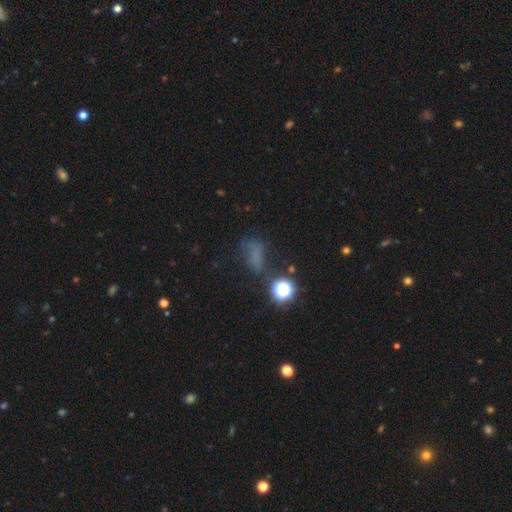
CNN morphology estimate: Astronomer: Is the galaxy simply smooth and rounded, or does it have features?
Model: smooth — 44% (runner-up: star or artifact, 37%).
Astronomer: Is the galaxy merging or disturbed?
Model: none — 43% (runner-up: major disturbance, 26%).